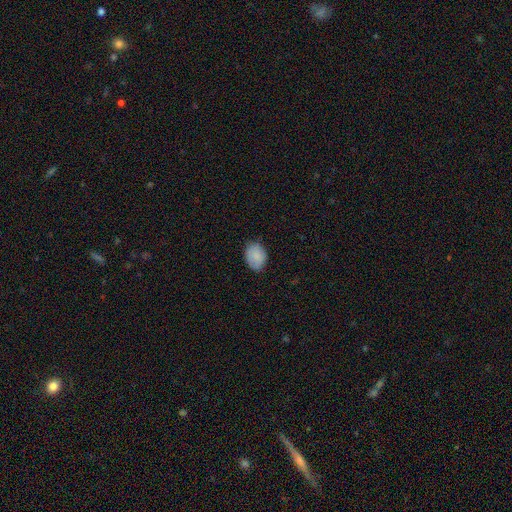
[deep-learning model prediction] smooth 85%, featured or disk 7%, star or artifact 7%. Down the decision tree: how rounded — in between (67%); merging — none (79%).